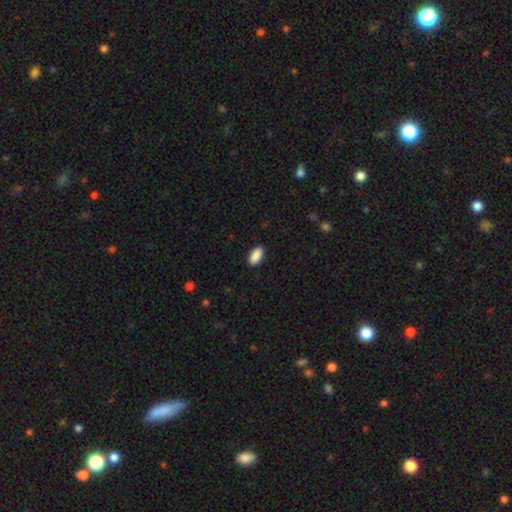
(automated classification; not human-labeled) Overall: smooth (90%). How rounded: in between (91%). Merging: none (90%).